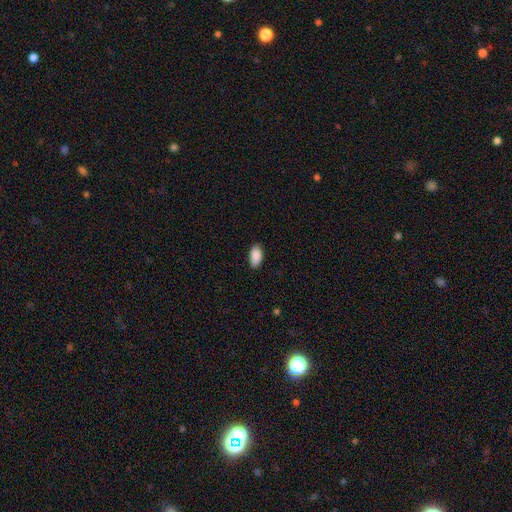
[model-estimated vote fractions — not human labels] Q: Smooth or featured?
A: smooth (90%); runner-up: star or artifact (7%)
Q: How rounded?
A: in between (94%); runner-up: cigar-shaped (3%)
Q: Merging?
A: none (84%); runner-up: minor disturbance (13%)